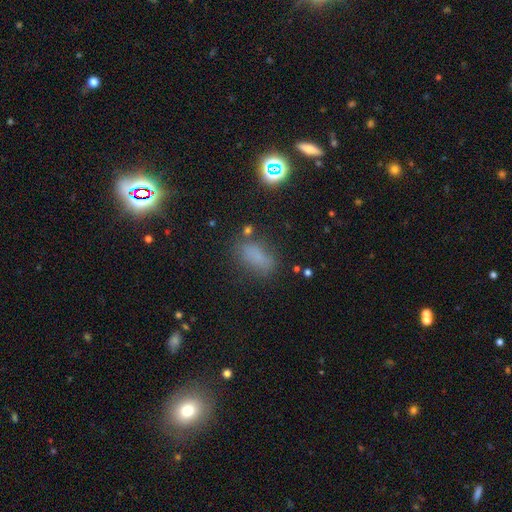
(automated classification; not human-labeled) This appears to be a smooth galaxy with no disk features (70%) that is in between round and cigar-shaped (83%). Merging: none (70%).